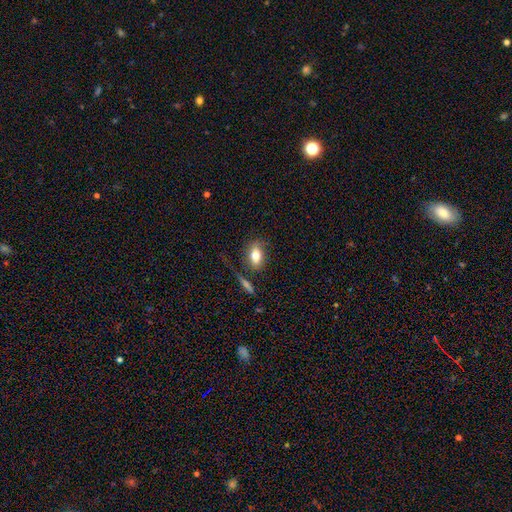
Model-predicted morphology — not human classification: type=smooth (76%); roundness=in between (82%); merging=none (65%).